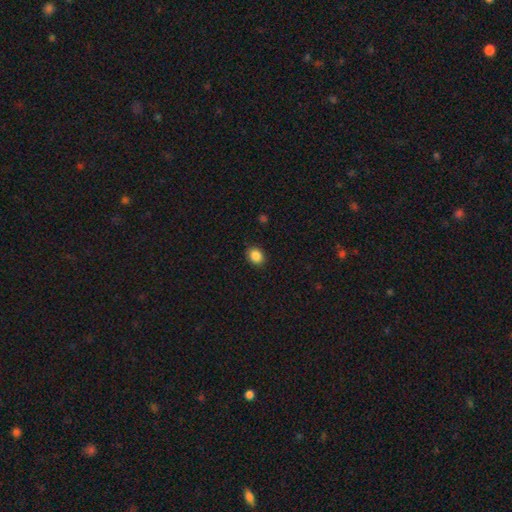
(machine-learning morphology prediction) A smooth galaxy with no disk features (87%) that is round (57%). Merging: none (89%).